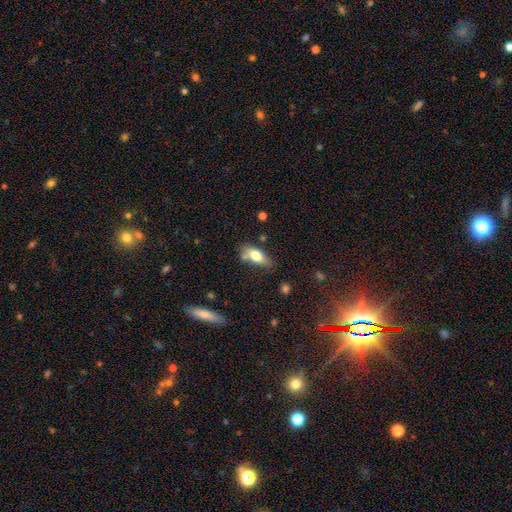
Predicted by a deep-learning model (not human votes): smooth 73%, featured or disk 20%, star or artifact 8%. Down the decision tree: how rounded — in between (82%); merging — none (52%).